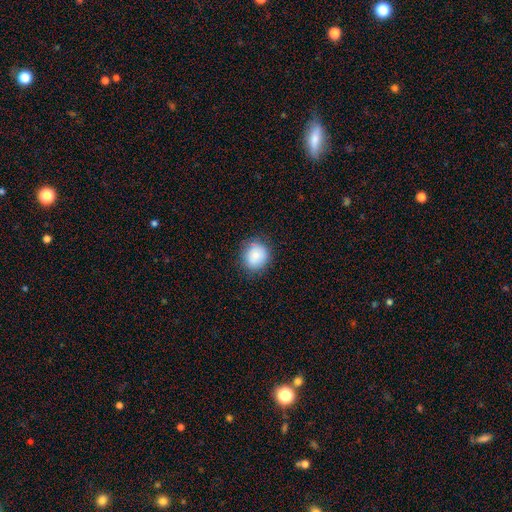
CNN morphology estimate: Smooth or featured?
  - smooth: 81% *
  - featured or disk: 10%
  - star or artifact: 9%
How rounded?
  - round: 83% *
  - in between: 16%
  - cigar-shaped: 1%
Merging?
  - none: 82% *
  - minor disturbance: 13%
  - major disturbance: 4%
  - merger: 1%